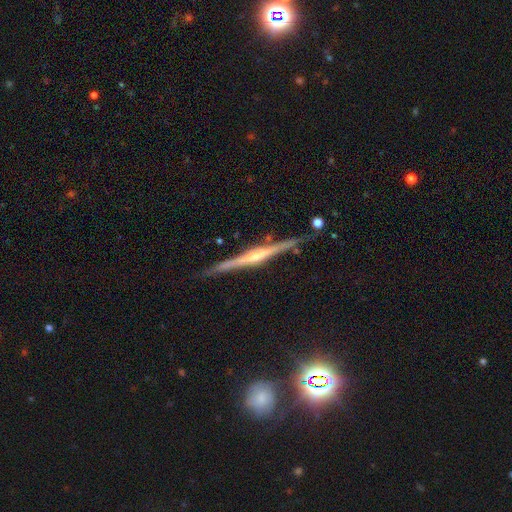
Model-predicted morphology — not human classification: smooth-or-featured: featured or disk: 81% | smooth: 12% | star or artifact: 7%
  disk-edge-on: yes: 98% | no: 2%
    edge-on-bulge: rounded: 63% | none: 19% | boxy: 18%
  merging: none: 87% | minor disturbance: 9% | merger: 2% | major disturbance: 2%